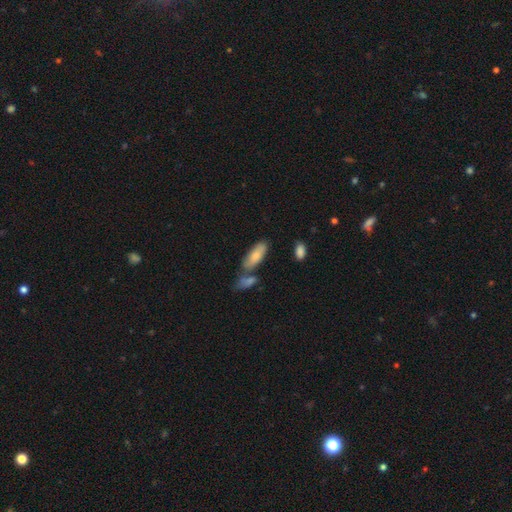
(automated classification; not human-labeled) Smooth or featured: smooth — 77% (featured or disk — 16%)
How rounded: in between — 74% (cigar-shaped — 24%)
Merging: none — 53% (merger — 25%)